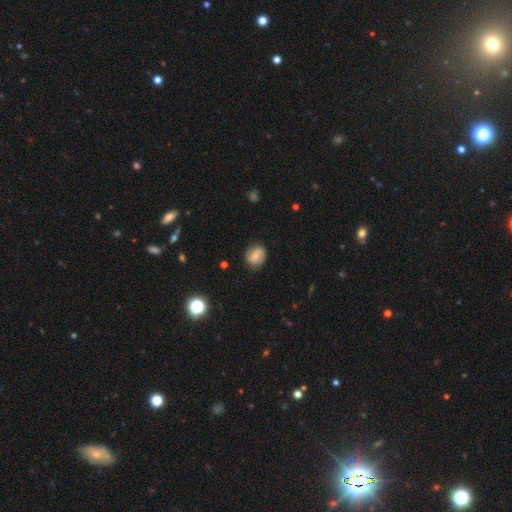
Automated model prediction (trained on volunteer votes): A smooth galaxy with no disk features (62%) that is round (65%). Merging: none (79%).